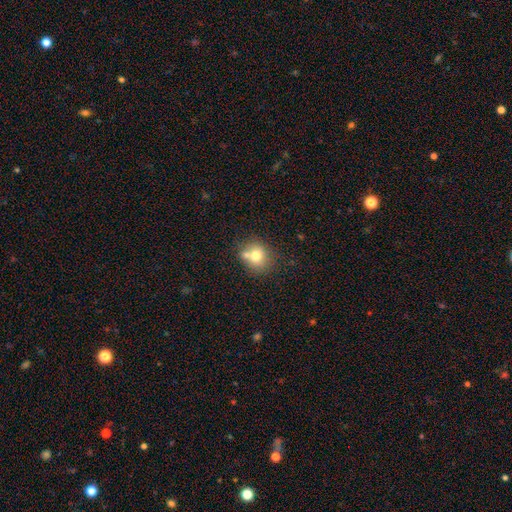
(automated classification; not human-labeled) smooth-or-featured: smooth: 71% | featured or disk: 17% | star or artifact: 12%
  how-rounded: round: 78% | in between: 21% | cigar-shaped: 1%
  merging: none: 57% | merger: 27% | minor disturbance: 12% | major disturbance: 4%